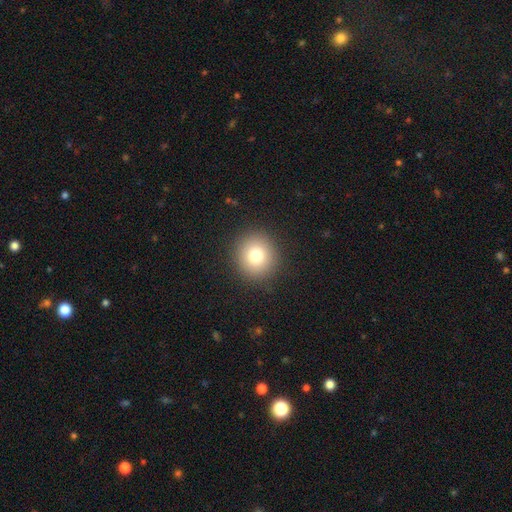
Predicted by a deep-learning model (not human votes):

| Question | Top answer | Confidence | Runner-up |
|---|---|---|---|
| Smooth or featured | smooth | 79% | star or artifact (12%) |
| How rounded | round | 92% | in between (7%) |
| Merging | none | 91% | minor disturbance (6%) |